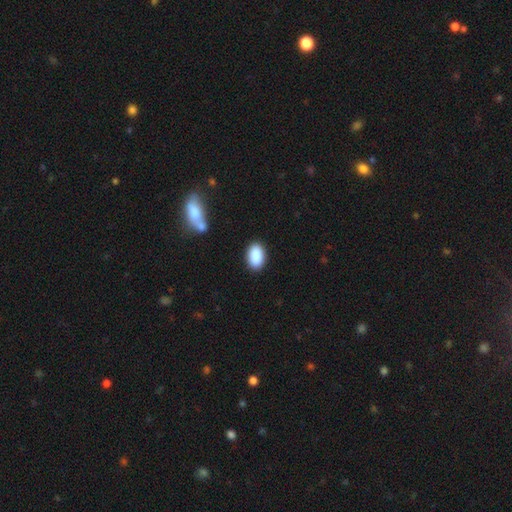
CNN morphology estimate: Overall: smooth (90%). How rounded: in between (91%). Merging: none (87%).